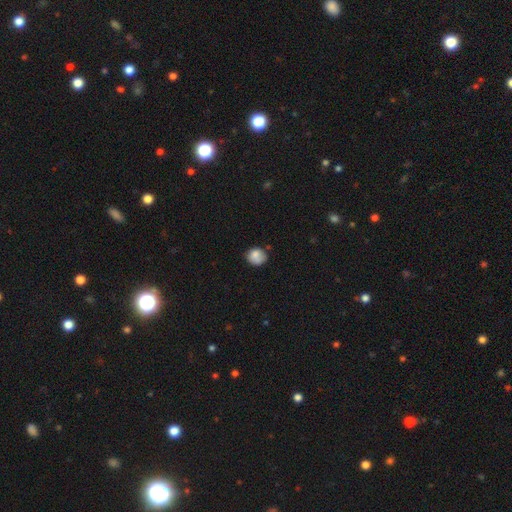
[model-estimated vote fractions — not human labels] This is likely a smooth galaxy (80%). How rounded: likely round (69%). Merging: likely none (63%).